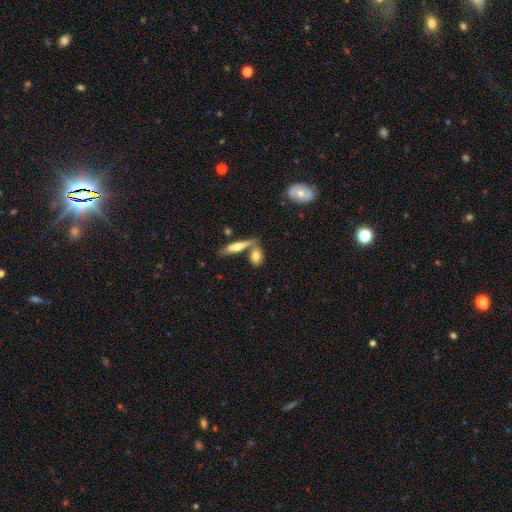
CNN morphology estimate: Smooth or featured?
  - smooth: 70% *
  - featured or disk: 22%
  - star or artifact: 7%
How rounded?
  - in between: 69% *
  - cigar-shaped: 21%
  - round: 10%
Merging?
  - none: 52% *
  - merger: 32%
  - minor disturbance: 12%
  - major disturbance: 4%